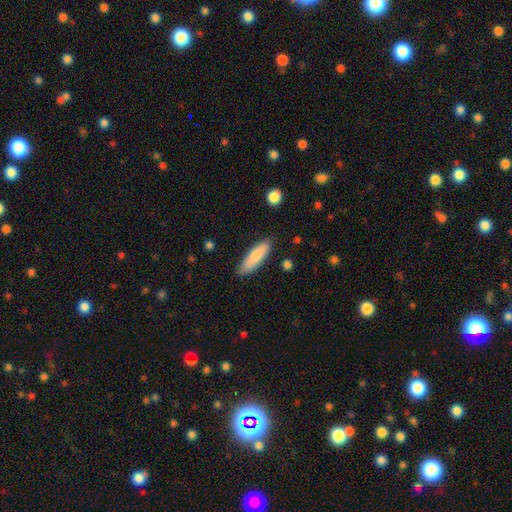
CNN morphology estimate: smooth-or-featured: smooth: 80% | featured or disk: 15% | star or artifact: 6%
  how-rounded: in between: 50% | cigar-shaped: 48% | round: 2%
  merging: none: 83% | minor disturbance: 13% | major disturbance: 2% | merger: 2%